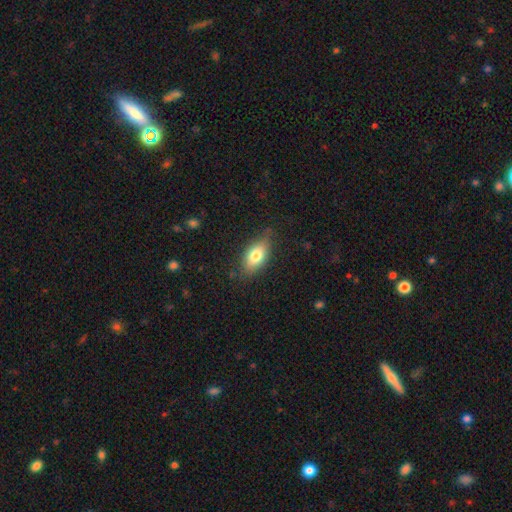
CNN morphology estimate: Smooth or featured?
  - smooth: 74% *
  - featured or disk: 19%
  - star or artifact: 8%
How rounded?
  - in between: 86% *
  - cigar-shaped: 8%
  - round: 6%
Merging?
  - none: 75% *
  - minor disturbance: 19%
  - major disturbance: 4%
  - merger: 1%